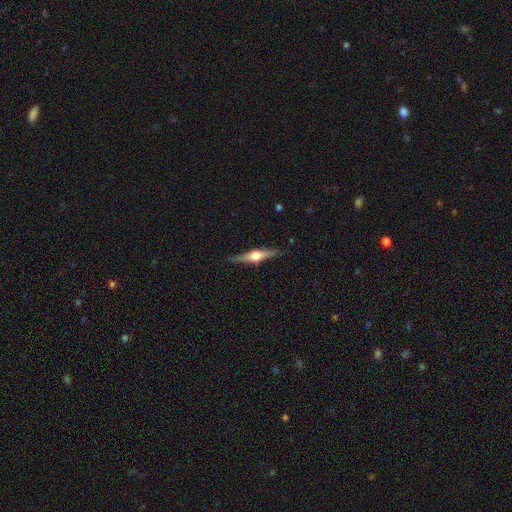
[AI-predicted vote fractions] Smooth or featured? Predicted: featured or disk (p=0.70). Edge-on disk? Predicted: yes (p=0.97). Edge-on bulge? Predicted: rounded (p=0.91). Merging? Predicted: none (p=0.88).